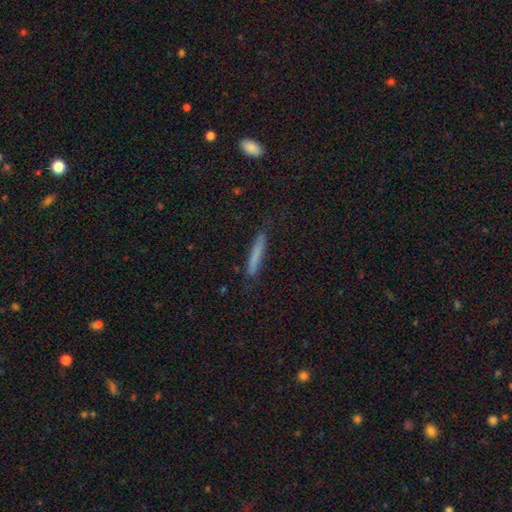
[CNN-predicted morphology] smooth 73%, featured or disk 20%, star or artifact 7%. Down the decision tree: how rounded — cigar-shaped (95%); merging — none (84%).